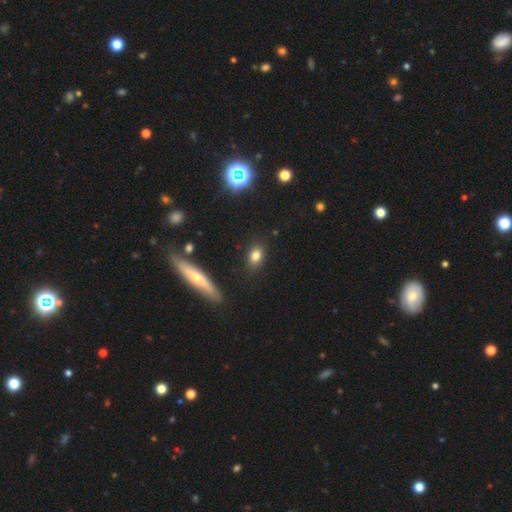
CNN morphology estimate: Q: Smooth or featured?
A: smooth (80%); runner-up: star or artifact (10%)
Q: How rounded?
A: in between (75%); runner-up: round (19%)
Q: Merging?
A: none (84%); runner-up: minor disturbance (11%)